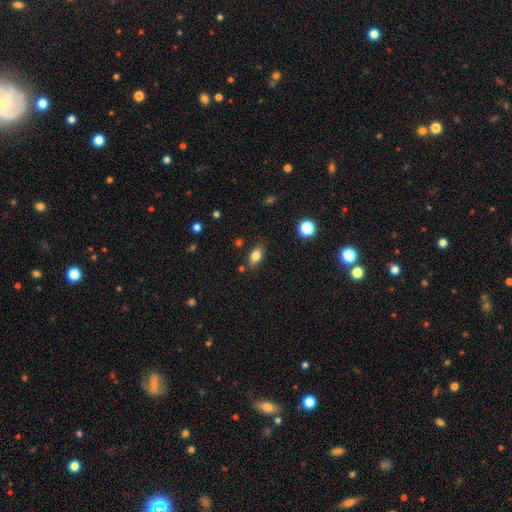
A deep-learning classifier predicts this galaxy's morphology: smooth 81%, star or artifact 10%, featured or disk 10%. Down the decision tree: how rounded — in between (84%); merging — none (81%).